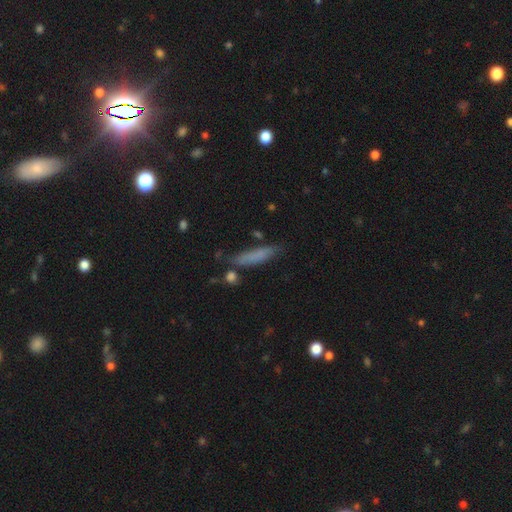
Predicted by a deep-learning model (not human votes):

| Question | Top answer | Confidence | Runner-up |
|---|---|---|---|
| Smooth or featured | smooth | 74% | featured or disk (17%) |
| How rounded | cigar-shaped | 82% | in between (16%) |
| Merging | none | 72% | minor disturbance (17%) |